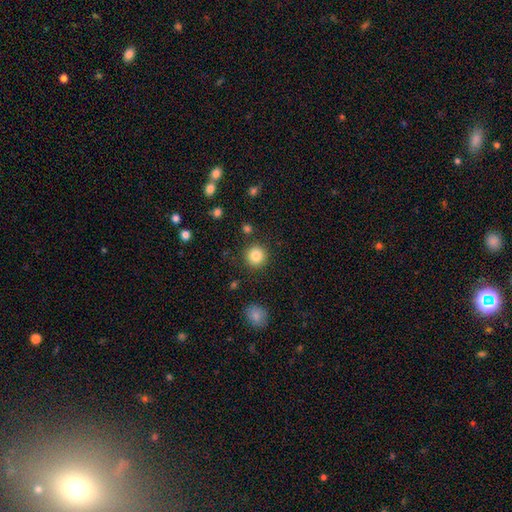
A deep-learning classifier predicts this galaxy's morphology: Smooth or featured? Predicted: smooth (p=0.85). How rounded? Predicted: round (p=0.94). Merging? Predicted: none (p=0.89).